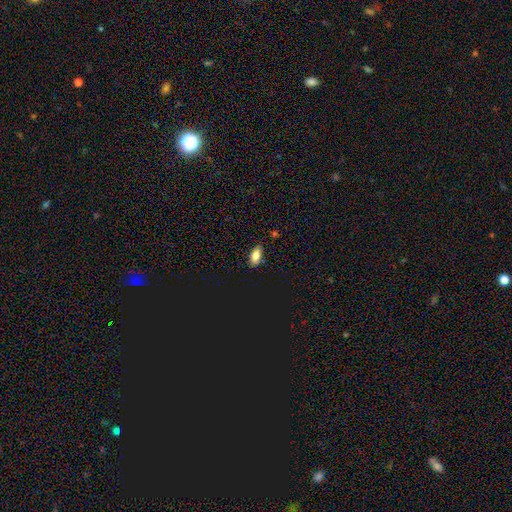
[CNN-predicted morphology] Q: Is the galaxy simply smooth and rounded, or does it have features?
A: smooth — 80%.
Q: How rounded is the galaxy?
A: in between — 89%.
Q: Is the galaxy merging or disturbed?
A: none — 83%.